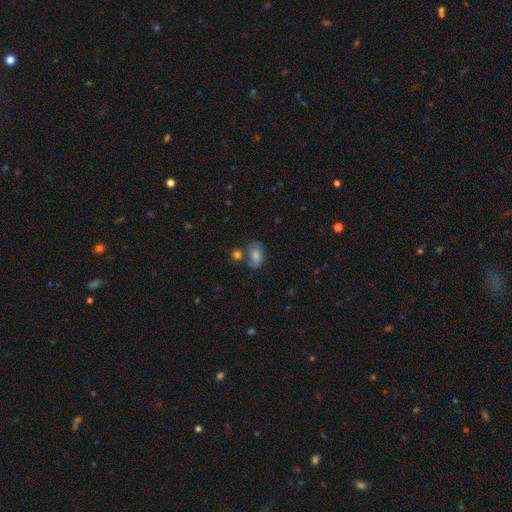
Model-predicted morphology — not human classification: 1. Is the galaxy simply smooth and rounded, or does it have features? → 63% smooth, 26% featured or disk, 10% star or artifact.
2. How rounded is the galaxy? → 81% in between, 17% round, 2% cigar-shaped.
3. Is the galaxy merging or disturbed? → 45% none, 22% minor disturbance, 21% merger, 12% major disturbance.